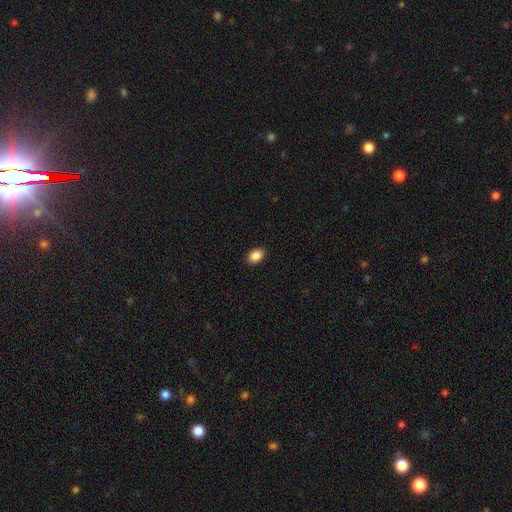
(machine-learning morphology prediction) Smooth or featured? Predicted: smooth (p=0.89). How rounded? Predicted: in between (p=0.82). Merging? Predicted: none (p=0.90).